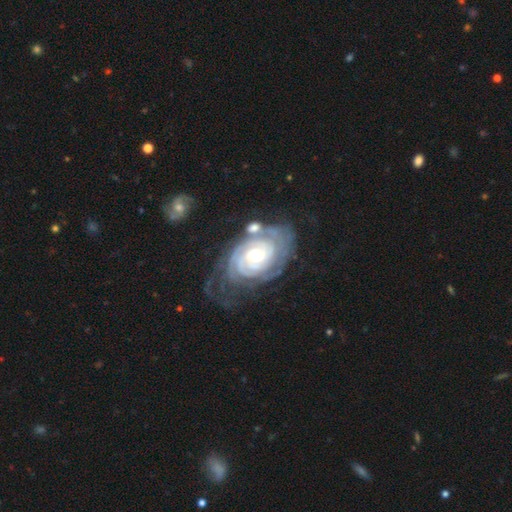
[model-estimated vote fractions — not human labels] This appears to be a featured or disk galaxy (90%) with no bar (58%), tight (80%) spiral arms (97%) and a moderate central bulge (69%). Merging: none (53%).